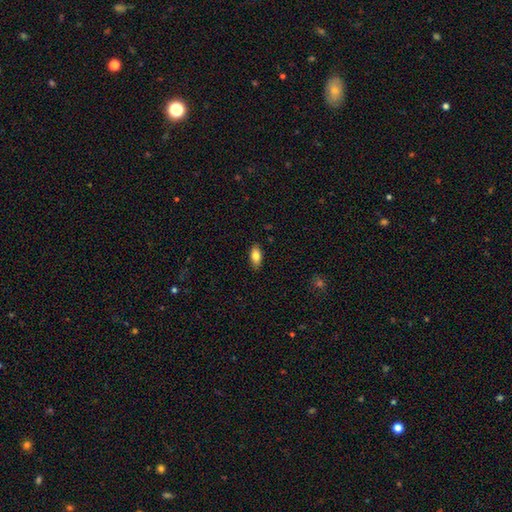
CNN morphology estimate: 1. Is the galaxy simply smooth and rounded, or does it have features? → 81% smooth, 12% featured or disk, 7% star or artifact.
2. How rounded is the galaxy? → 88% in between, 9% cigar-shaped, 3% round.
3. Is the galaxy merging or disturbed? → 87% none, 10% minor disturbance, 2% major disturbance, 1% merger.